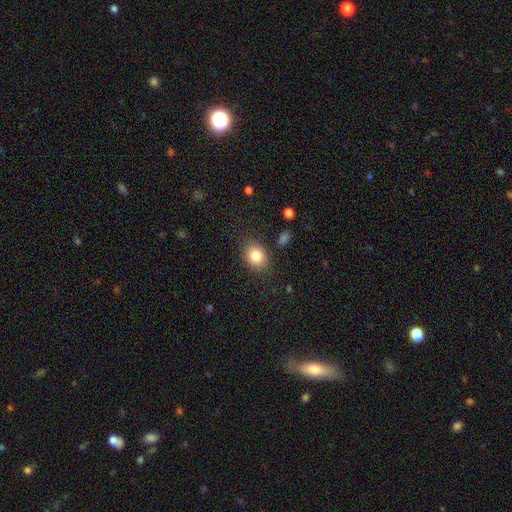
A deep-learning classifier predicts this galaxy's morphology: Smooth or featured?
  - smooth: 83% *
  - star or artifact: 9%
  - featured or disk: 7%
How rounded?
  - in between: 58% *
  - round: 41%
  - cigar-shaped: 1%
Merging?
  - none: 84% *
  - minor disturbance: 11%
  - major disturbance: 3%
  - merger: 2%